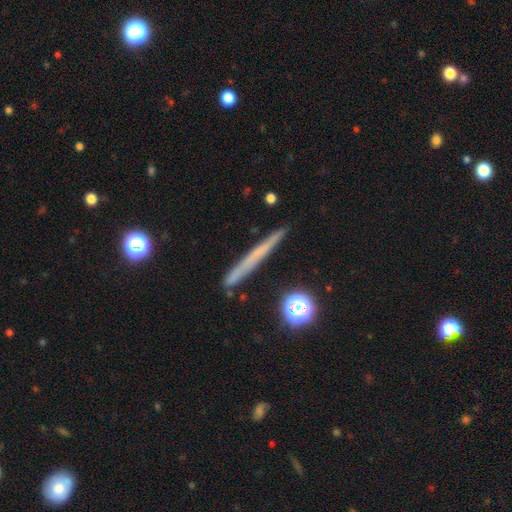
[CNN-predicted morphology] Smooth or featured?
  - smooth: 50% *
  - featured or disk: 40%
  - star or artifact: 10%
How rounded?
  - cigar-shaped: 95% *
  - round: 3%
  - in between: 2%
Merging?
  - none: 88% *
  - minor disturbance: 9%
  - merger: 2%
  - major disturbance: 2%